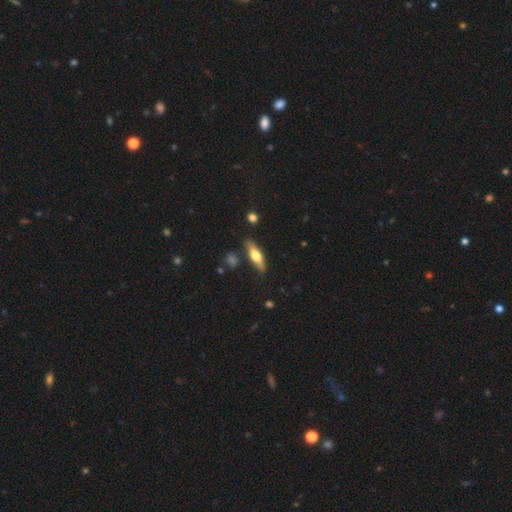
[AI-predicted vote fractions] A smooth galaxy with no disk features (52%) that is cigar-shaped (57%).

Vote fractions:
- Smooth or featured? smooth: 52% / featured or disk: 42% / star or artifact: 6%
- How rounded? cigar-shaped: 57% / in between: 40% / round: 3%
- Merging? none: 80% / minor disturbance: 14% / merger: 3% / major disturbance: 3%